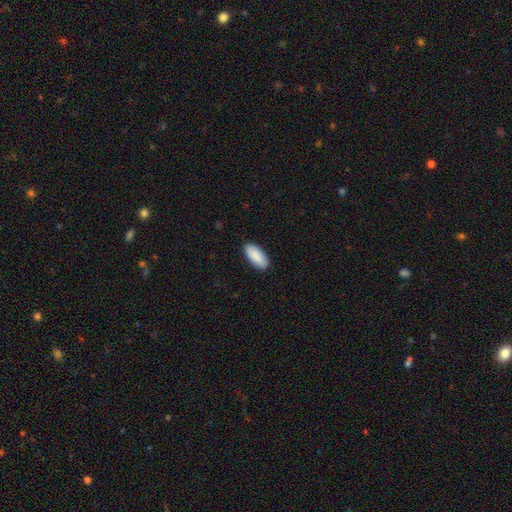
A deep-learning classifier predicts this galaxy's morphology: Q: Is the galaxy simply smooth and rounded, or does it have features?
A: smooth — 91%.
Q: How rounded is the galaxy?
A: in between — 88%.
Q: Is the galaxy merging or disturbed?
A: none — 89%.